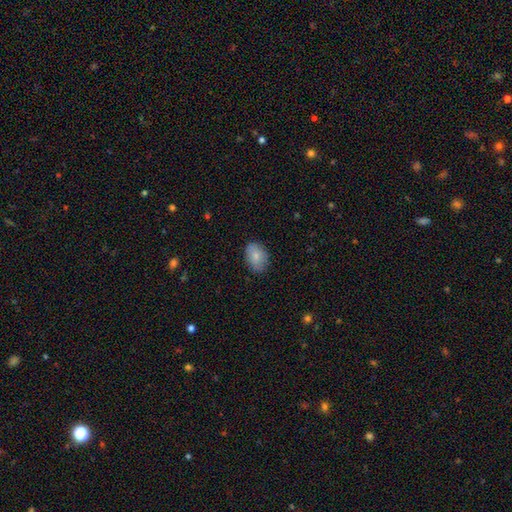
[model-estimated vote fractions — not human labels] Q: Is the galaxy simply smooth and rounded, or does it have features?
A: smooth — 82%.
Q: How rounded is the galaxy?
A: in between — 80%.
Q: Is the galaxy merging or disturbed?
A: none — 80%.